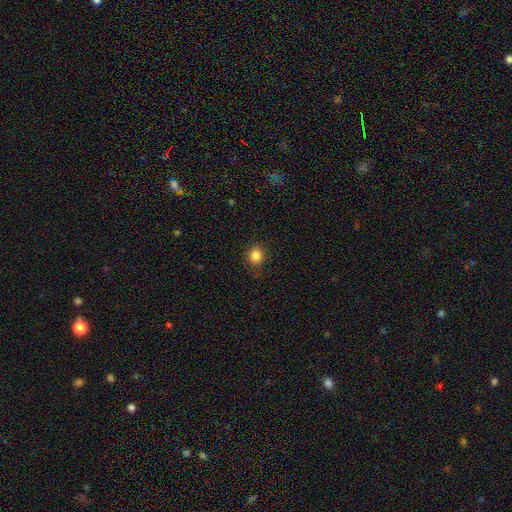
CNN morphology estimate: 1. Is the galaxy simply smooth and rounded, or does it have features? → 84% smooth, 11% star or artifact, 4% featured or disk.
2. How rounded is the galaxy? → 79% round, 20% in between, 1% cigar-shaped.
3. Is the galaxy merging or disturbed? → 86% none, 10% minor disturbance, 3% major disturbance, 1% merger.